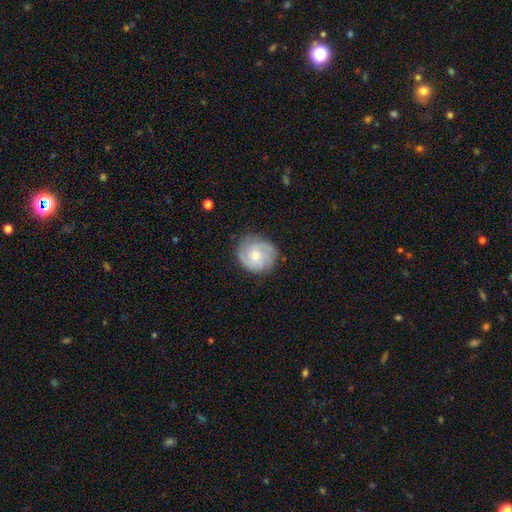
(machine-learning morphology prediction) Smooth or featured? featured or disk (61%)
Edge-on disk? no (98%)
Bar? no (75%)
Spiral arms? yes (89%)
Spiral winding? tight (49%)
Spiral arm count? 3 (33%)
Bulge size? moderate (58%)
Merging? none (80%)